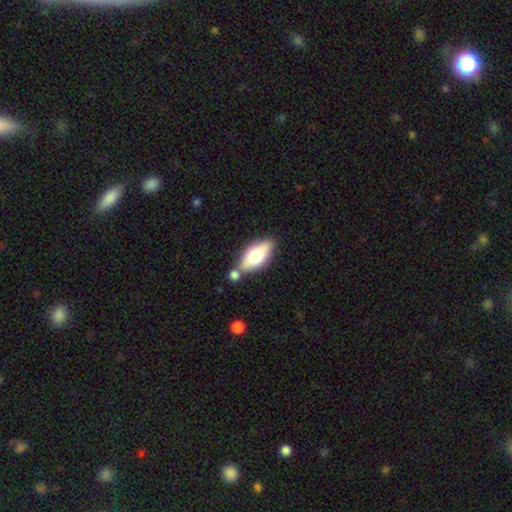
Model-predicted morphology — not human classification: smooth-or-featured: smooth: 66% | featured or disk: 27% | star or artifact: 6%
  how-rounded: in between: 83% | cigar-shaped: 14% | round: 3%
  merging: none: 63% | merger: 19% | minor disturbance: 14% | major disturbance: 4%